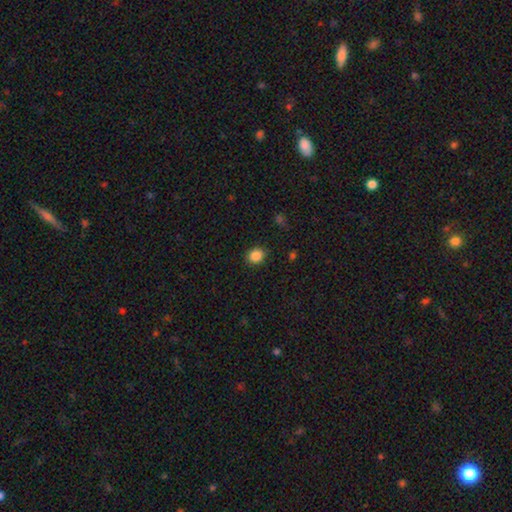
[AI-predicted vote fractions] A smooth galaxy with no disk features (86%) that is round (64%).

Vote fractions:
- Smooth or featured? smooth: 86% / star or artifact: 10% / featured or disk: 3%
- How rounded? round: 64% / in between: 35% / cigar-shaped: 1%
- Merging? none: 88% / minor disturbance: 9% / major disturbance: 2% / merger: 1%